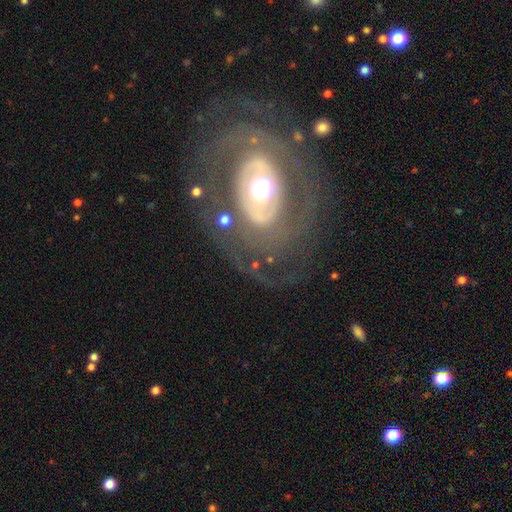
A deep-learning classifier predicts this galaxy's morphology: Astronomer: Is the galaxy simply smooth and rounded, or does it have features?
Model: featured or disk — 83%.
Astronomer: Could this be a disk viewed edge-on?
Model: no — 95%.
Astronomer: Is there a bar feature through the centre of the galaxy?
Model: no — 56%.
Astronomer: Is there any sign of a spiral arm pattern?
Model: yes — 77%.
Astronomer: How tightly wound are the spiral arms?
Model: tight — 66%.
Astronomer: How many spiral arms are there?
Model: can't tell — 35% (runner-up: 2, 32%).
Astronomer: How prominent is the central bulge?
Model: moderate — 61%.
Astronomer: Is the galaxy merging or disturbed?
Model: none — 78%.